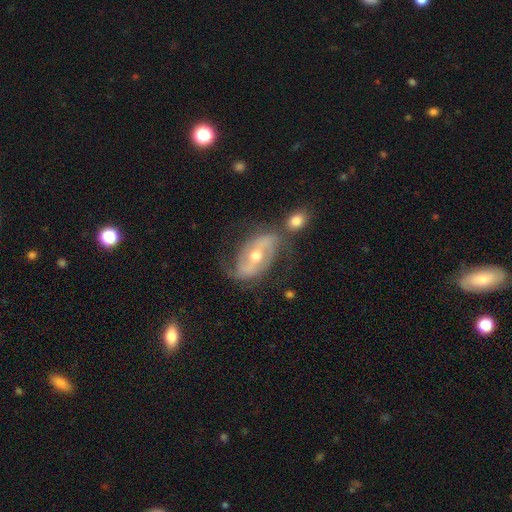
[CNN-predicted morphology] Smooth or featured: featured or disk — 81% (smooth — 13%)
Edge-on disk: no — 94% (yes — 6%)
Bar: strong — 42% (weak — 34%)
Spiral arms: yes — 87% (no — 13%)
Spiral winding: loose — 41% (medium — 39%)
Spiral arm count: 2 — 85% (can't tell — 8%)
Bulge size: moderate — 66% (small — 29%)
Merging: none — 55% (minor disturbance — 20%)